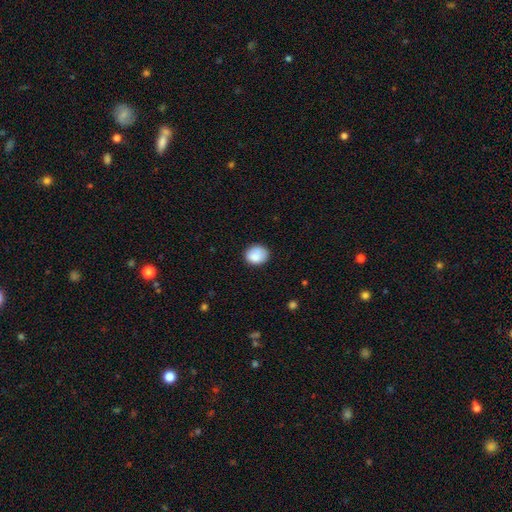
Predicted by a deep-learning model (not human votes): Smooth or featured?
  - smooth: 87% *
  - star or artifact: 8%
  - featured or disk: 5%
How rounded?
  - round: 63% *
  - in between: 36%
  - cigar-shaped: 1%
Merging?
  - none: 79% *
  - minor disturbance: 16%
  - major disturbance: 3%
  - merger: 1%